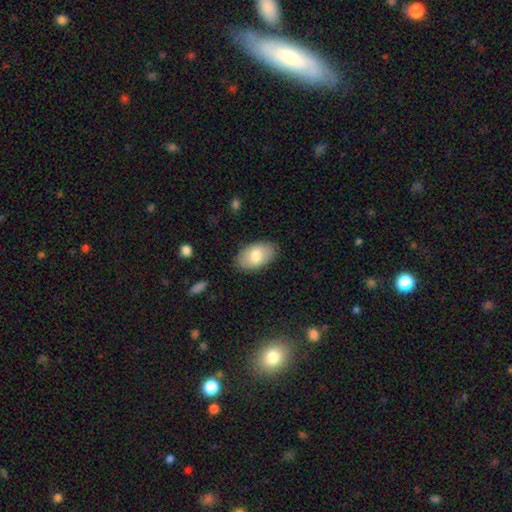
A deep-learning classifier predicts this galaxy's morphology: smooth-or-featured: smooth: 77% | featured or disk: 17% | star or artifact: 6%
  how-rounded: in between: 94% | round: 5% | cigar-shaped: 1%
  merging: none: 85% | minor disturbance: 12% | major disturbance: 3% | merger: 1%